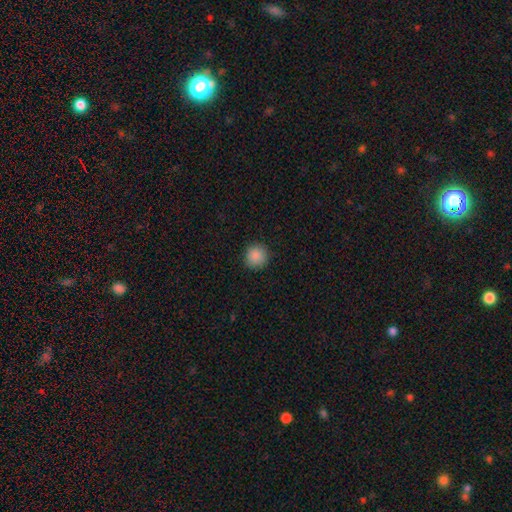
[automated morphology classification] smooth_or_featured: smooth (p=0.88) [alt: star or artifact p=0.09]
how_rounded: round (p=0.94) [alt: in between p=0.05]
merging: none (p=0.91) [alt: minor disturbance p=0.07]